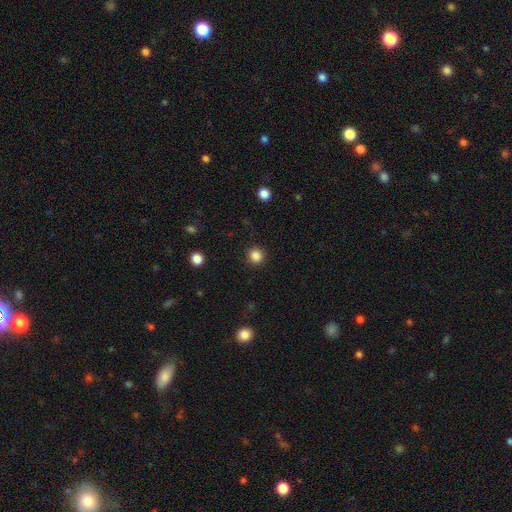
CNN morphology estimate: smooth_or_featured: smooth (p=0.84) [alt: star or artifact p=0.12]
how_rounded: round (p=0.94) [alt: in between p=0.05]
merging: none (p=0.91) [alt: minor disturbance p=0.05]